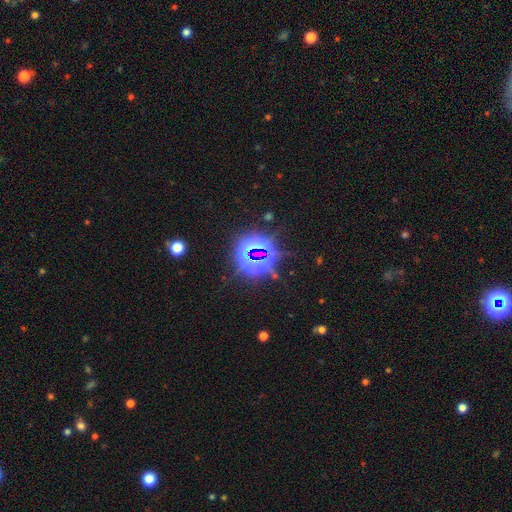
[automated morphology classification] Smooth or featured? Predicted: star or artifact (p=0.82).